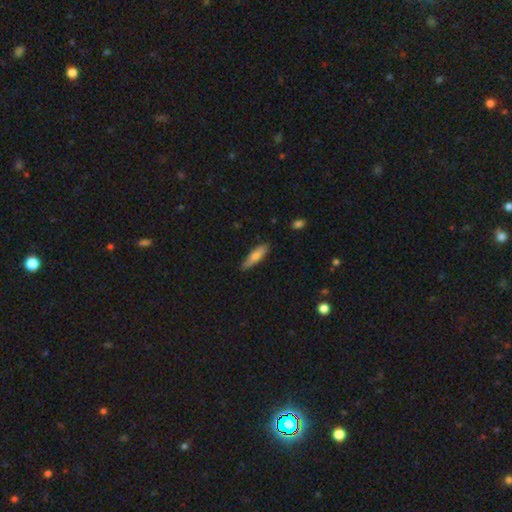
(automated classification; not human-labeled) Q: Smooth or featured?
A: smooth (71%); runner-up: featured or disk (23%)
Q: How rounded?
A: cigar-shaped (69%); runner-up: in between (30%)
Q: Merging?
A: none (82%); runner-up: minor disturbance (15%)